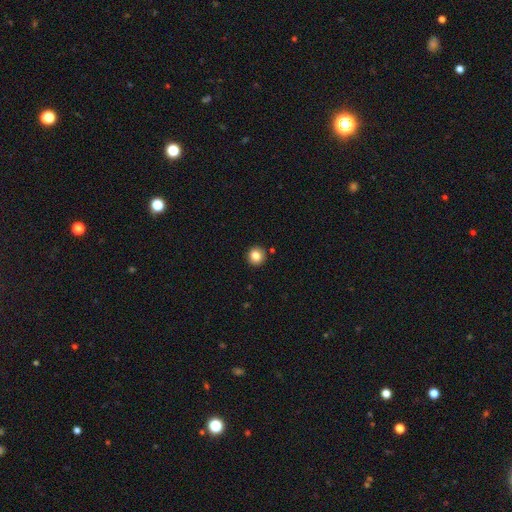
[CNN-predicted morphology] Smooth or featured? Predicted: smooth (p=0.84). How rounded? Predicted: round (p=0.93). Merging? Predicted: none (p=0.91).